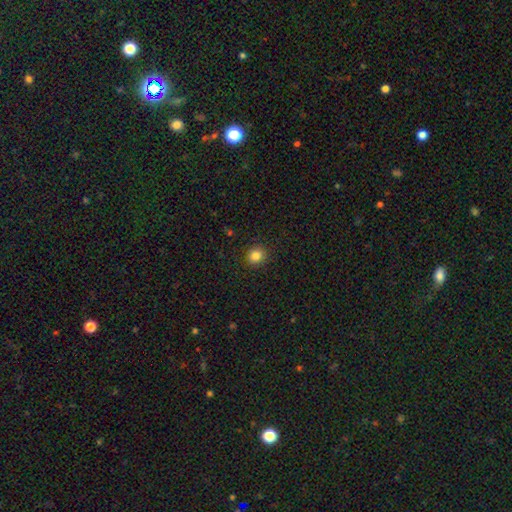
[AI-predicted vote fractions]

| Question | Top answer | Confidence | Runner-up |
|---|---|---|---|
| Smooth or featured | smooth | 84% | star or artifact (12%) |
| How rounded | round | 85% | in between (14%) |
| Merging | none | 91% | minor disturbance (6%) |